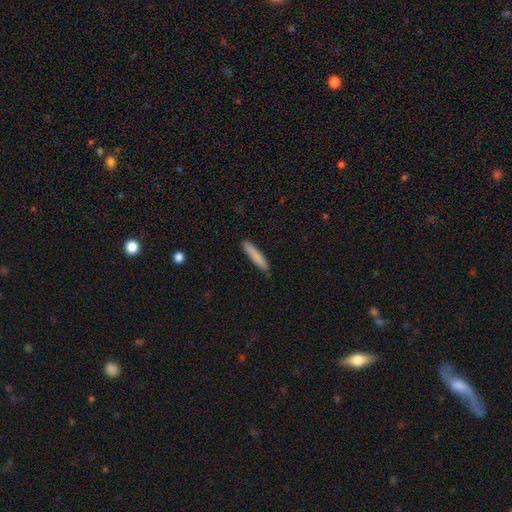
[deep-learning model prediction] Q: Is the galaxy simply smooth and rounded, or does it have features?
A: smooth — 83%.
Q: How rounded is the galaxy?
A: cigar-shaped — 93%.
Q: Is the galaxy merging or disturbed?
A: none — 89%.